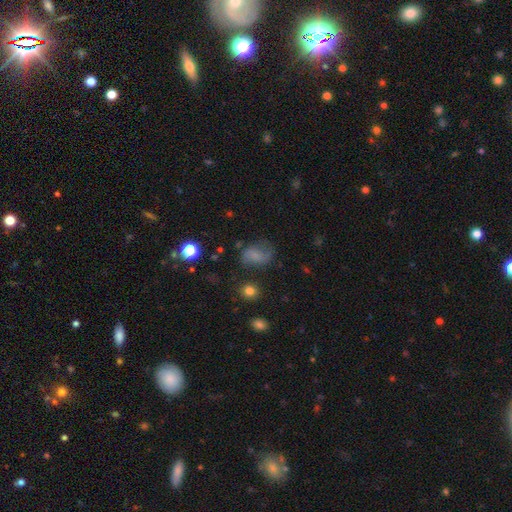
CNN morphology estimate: smooth_or_featured: smooth (p=0.50) [alt: featured or disk p=0.35]
merging: none (p=0.57) [alt: minor disturbance p=0.24]